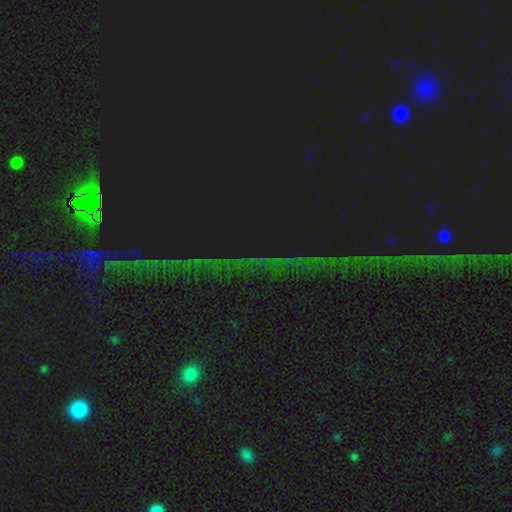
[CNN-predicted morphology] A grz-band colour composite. It shows a star or artifact, not a galaxy (85%).